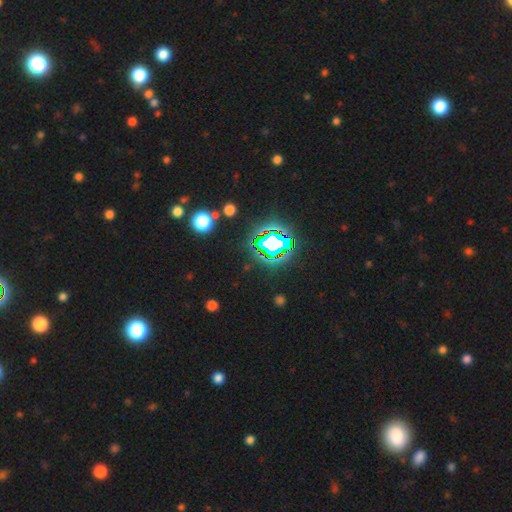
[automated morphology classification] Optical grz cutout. It shows a star or artifact, not a galaxy (82%).